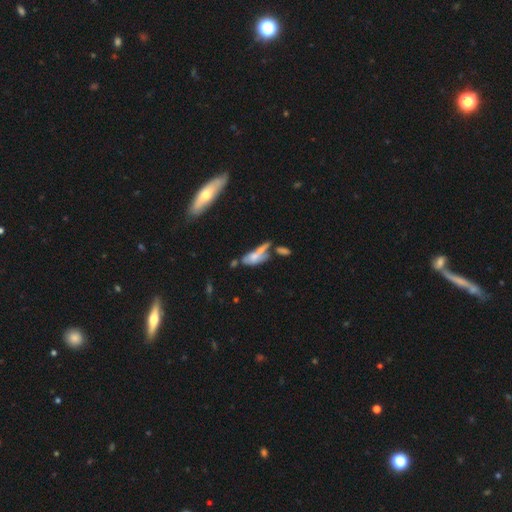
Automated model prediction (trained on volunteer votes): Smooth or featured?
  - smooth: 53% *
  - featured or disk: 37%
  - star or artifact: 10%
How rounded?
  - in between: 75% *
  - cigar-shaped: 22%
  - round: 3%
Merging?
  - merger: 44% *
  - none: 22%
  - major disturbance: 17%
  - minor disturbance: 16%